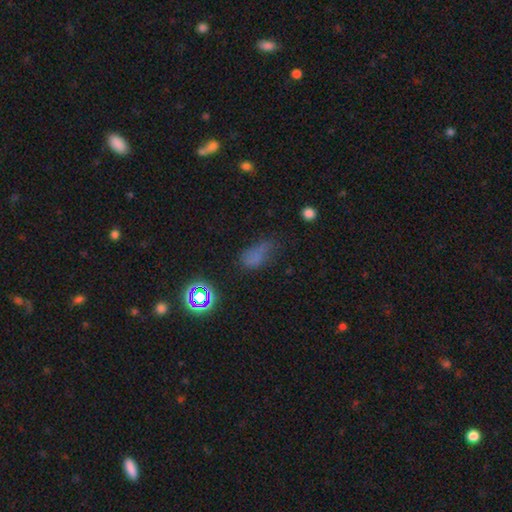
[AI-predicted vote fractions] Q: Smooth or featured?
A: smooth (59%); runner-up: star or artifact (27%)
Q: How rounded?
A: in between (77%); runner-up: round (14%)
Q: Merging?
A: none (43%); runner-up: minor disturbance (30%)